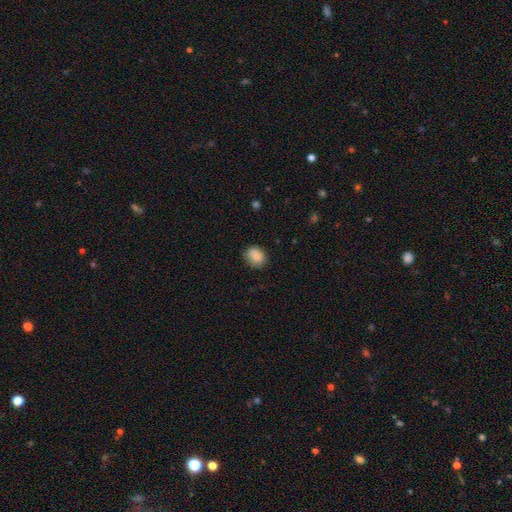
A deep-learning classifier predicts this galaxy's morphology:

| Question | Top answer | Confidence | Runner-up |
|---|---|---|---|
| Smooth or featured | smooth | 87% | star or artifact (8%) |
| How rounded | in between | 56% | round (43%) |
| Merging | none | 78% | minor disturbance (17%) |